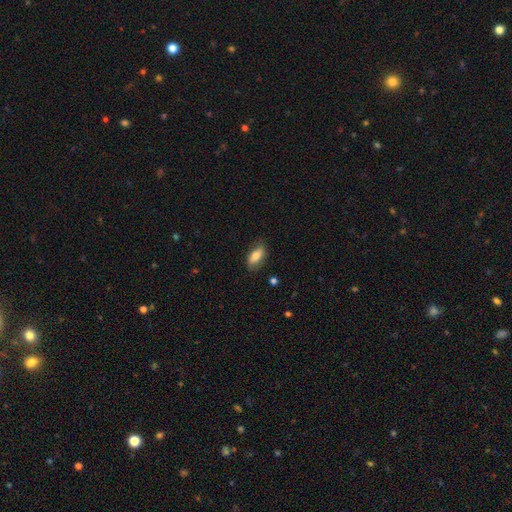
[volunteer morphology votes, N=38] This is clearly a smooth galaxy (84%). How rounded: likely in between (78%). Merging: likely none (78%).